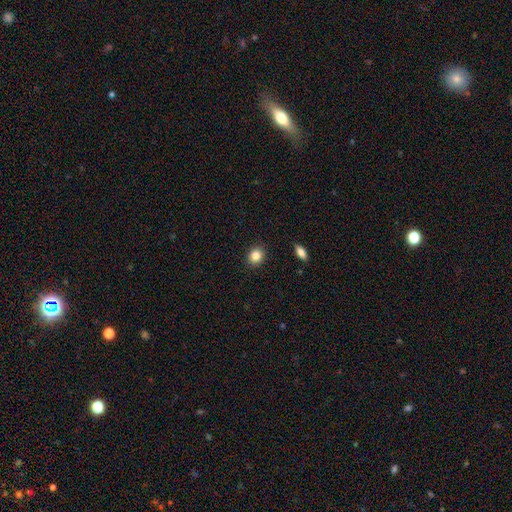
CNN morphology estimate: A smooth galaxy with no disk features (84%) that is round (70%).

Vote fractions:
- Smooth or featured? smooth: 84% / star or artifact: 10% / featured or disk: 6%
- How rounded? round: 70% / in between: 29% / cigar-shaped: 1%
- Merging? none: 90% / minor disturbance: 7% / major disturbance: 2% / merger: 1%